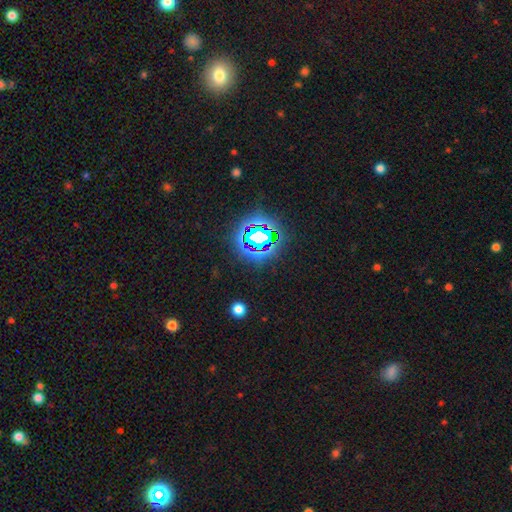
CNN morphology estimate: Smooth or featured: star or artifact — 81% (smooth — 12%)